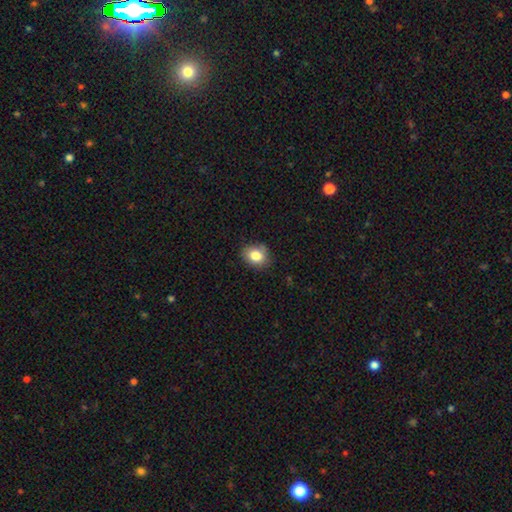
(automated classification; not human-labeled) Q: Smooth or featured?
A: smooth (82%); runner-up: star or artifact (10%)
Q: How rounded?
A: round (55%); runner-up: in between (44%)
Q: Merging?
A: none (80%); runner-up: minor disturbance (15%)